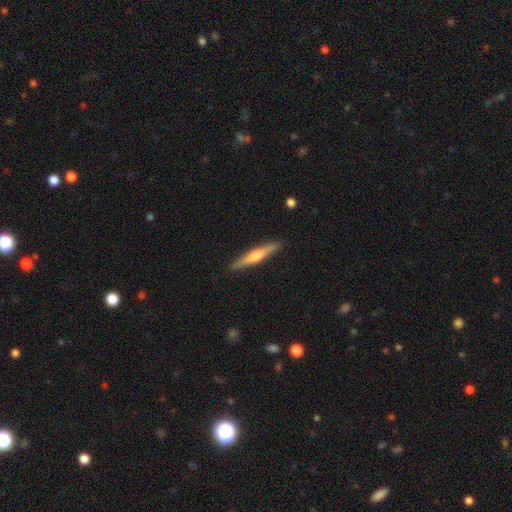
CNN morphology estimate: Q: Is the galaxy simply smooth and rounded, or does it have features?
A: featured or disk — 59%.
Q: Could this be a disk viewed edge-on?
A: yes — 97%.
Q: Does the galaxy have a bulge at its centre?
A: rounded — 82%.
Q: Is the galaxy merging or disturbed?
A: none — 91%.